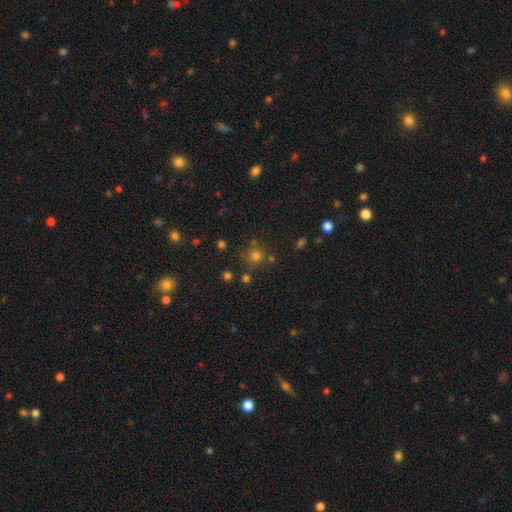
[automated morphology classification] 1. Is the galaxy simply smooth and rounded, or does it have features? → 65% smooth, 27% star or artifact, 7% featured or disk.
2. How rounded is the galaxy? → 91% round, 8% in between, 1% cigar-shaped.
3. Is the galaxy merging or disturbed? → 76% none, 10% minor disturbance, 9% merger, 4% major disturbance.